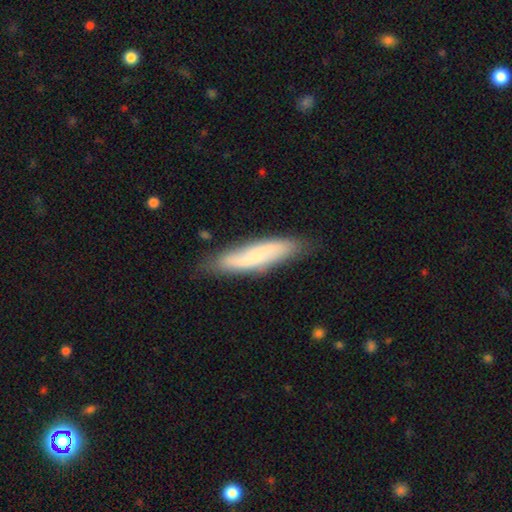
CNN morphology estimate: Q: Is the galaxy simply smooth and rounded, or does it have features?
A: smooth — 57%.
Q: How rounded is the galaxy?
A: cigar-shaped — 74%.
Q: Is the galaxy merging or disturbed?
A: none — 76%.